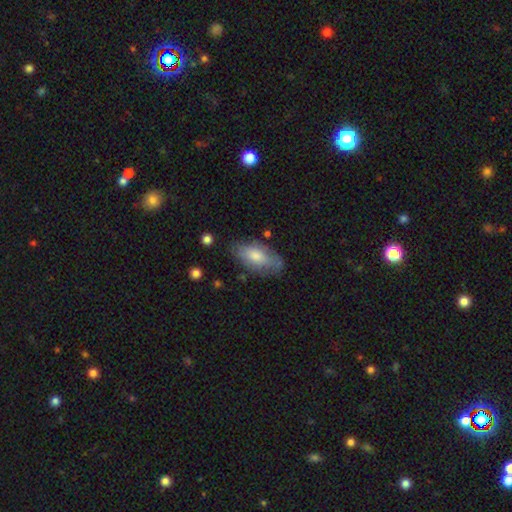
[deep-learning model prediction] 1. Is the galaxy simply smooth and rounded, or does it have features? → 66% smooth, 27% featured or disk, 6% star or artifact.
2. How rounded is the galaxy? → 87% in between, 10% cigar-shaped, 3% round.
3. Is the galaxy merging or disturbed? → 69% none, 23% minor disturbance, 6% major disturbance, 2% merger.